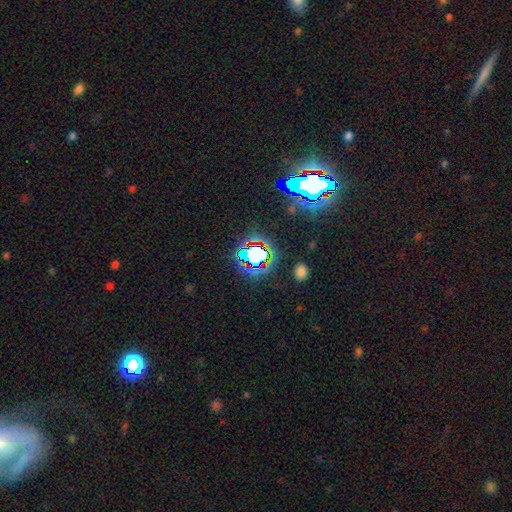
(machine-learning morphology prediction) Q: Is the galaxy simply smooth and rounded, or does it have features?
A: star or artifact — 63%.